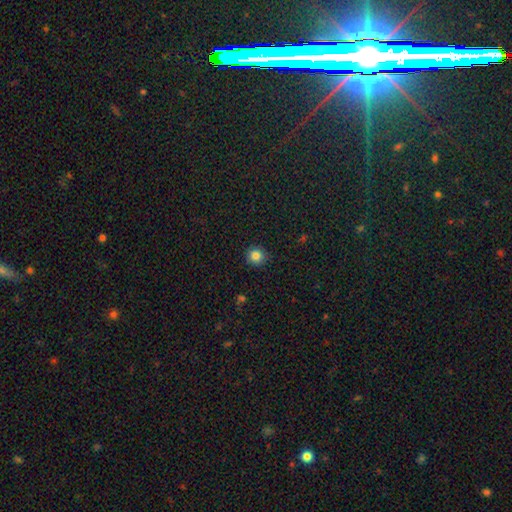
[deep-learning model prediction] smooth-or-featured: smooth: 84% | star or artifact: 11% | featured or disk: 5%
  how-rounded: round: 92% | in between: 7% | cigar-shaped: 1%
  merging: none: 90% | minor disturbance: 7% | major disturbance: 2% | merger: 1%